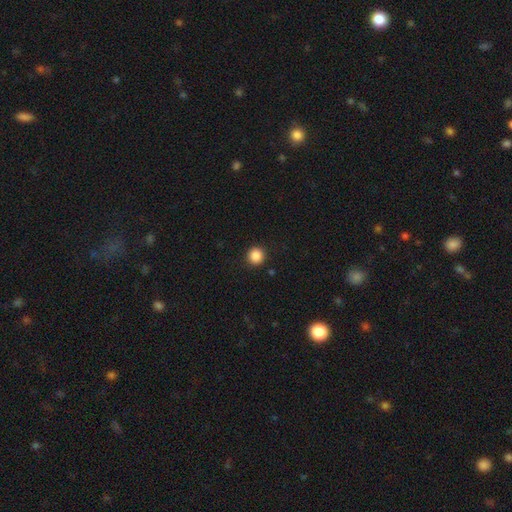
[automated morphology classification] smooth 87%, star or artifact 10%, featured or disk 3%. Down the decision tree: how rounded — round (95%); merging — none (92%).